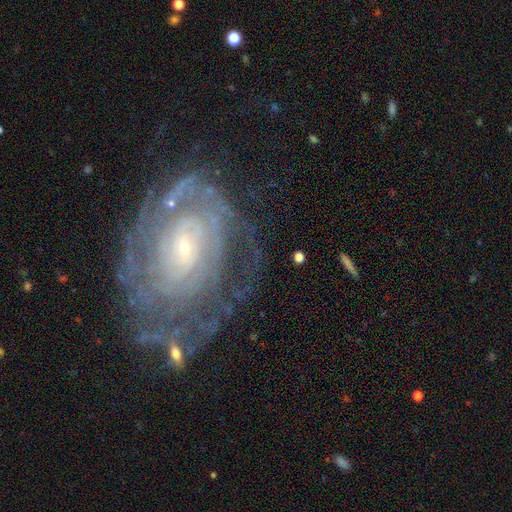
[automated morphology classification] A featured or disk galaxy (81%) with no bar (59%), tight (71%) spiral arms (85%) and a small central bulge (67%). Merging: none (65%).